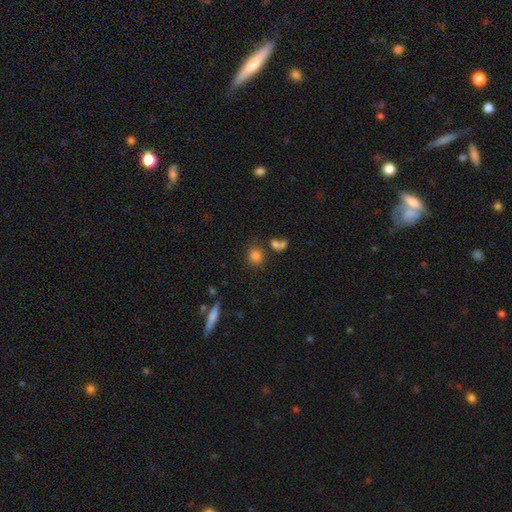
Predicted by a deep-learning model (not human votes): This is likely a smooth galaxy (79%). How rounded: likely round (69%). Merging: likely none (66%).